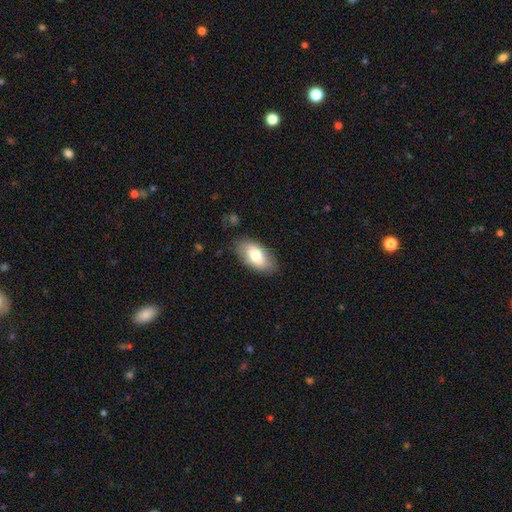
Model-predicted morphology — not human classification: Smooth or featured: smooth — 75% (featured or disk — 18%)
How rounded: in between — 93% (round — 4%)
Merging: none — 82% (minor disturbance — 14%)